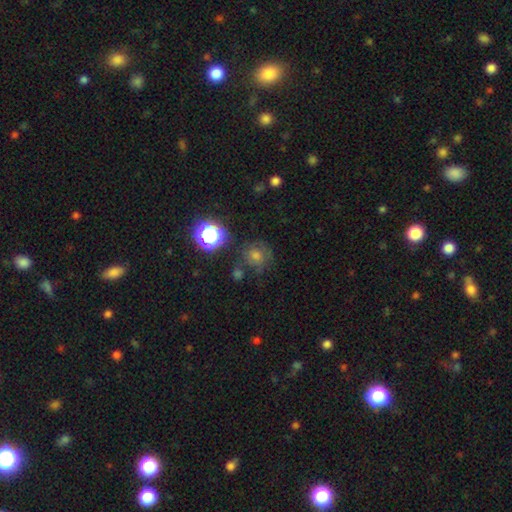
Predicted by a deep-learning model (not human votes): smooth 56%, star or artifact 28%, featured or disk 16%. Down the decision tree: how rounded — round (88%); merging — none (70%).